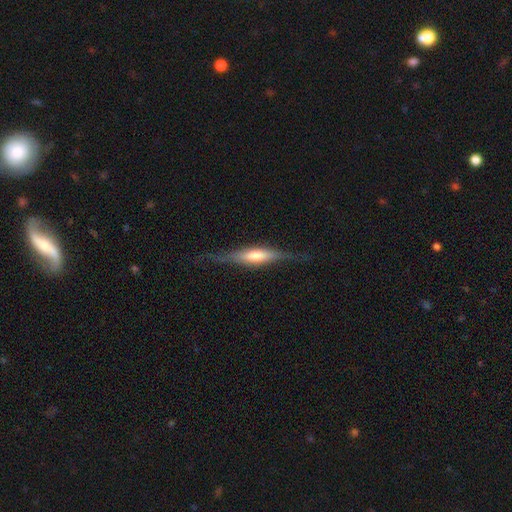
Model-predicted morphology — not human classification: Smooth or featured? featured or disk (64%)
Edge-on disk? yes (94%)
Edge-on bulge? rounded (58%)
Merging? none (77%)